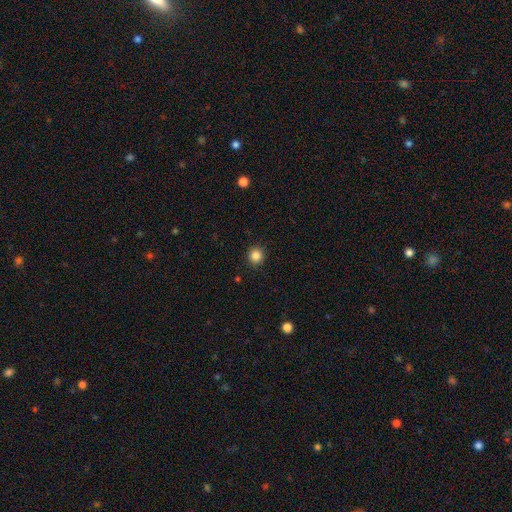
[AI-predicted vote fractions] smooth-or-featured: smooth: 85% | star or artifact: 11% | featured or disk: 4%
  how-rounded: round: 94% | in between: 5% | cigar-shaped: 1%
  merging: none: 92% | minor disturbance: 5% | major disturbance: 2% | merger: 1%